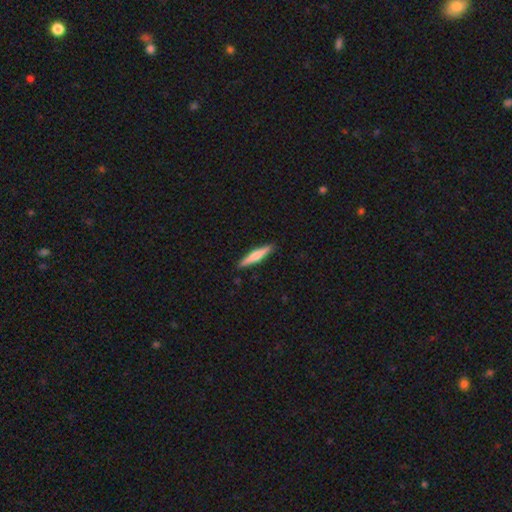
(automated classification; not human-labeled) Q: Smooth or featured?
A: smooth (51%); runner-up: featured or disk (44%)
Q: How rounded?
A: cigar-shaped (90%); runner-up: in between (9%)
Q: Merging?
A: none (91%); runner-up: minor disturbance (7%)